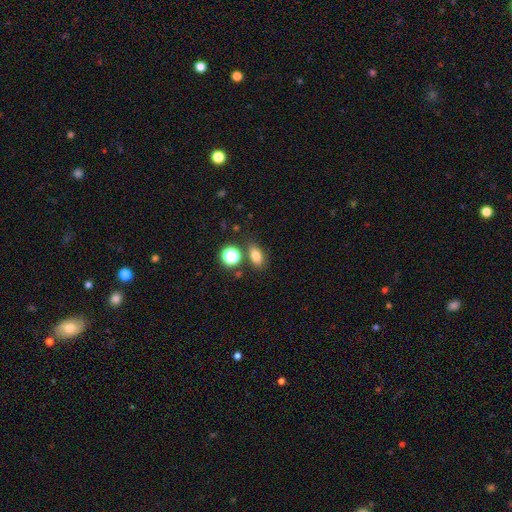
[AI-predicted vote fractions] A smooth galaxy with no disk features (79%) that is in between round and cigar-shaped (78%).

Vote fractions:
- Smooth or featured? smooth: 79% / star or artifact: 14% / featured or disk: 7%
- How rounded? in between: 78% / round: 18% / cigar-shaped: 3%
- Merging? none: 75% / minor disturbance: 12% / merger: 9% / major disturbance: 4%